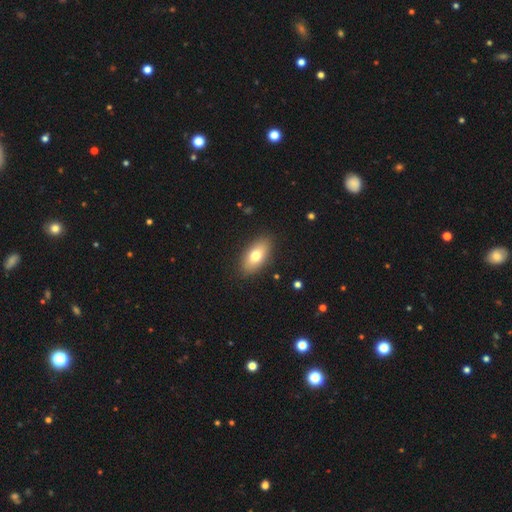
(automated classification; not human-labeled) smooth-or-featured: smooth: 74% | featured or disk: 19% | star or artifact: 7%
  how-rounded: in between: 90% | cigar-shaped: 6% | round: 5%
  merging: none: 88% | minor disturbance: 9% | major disturbance: 2% | merger: 1%